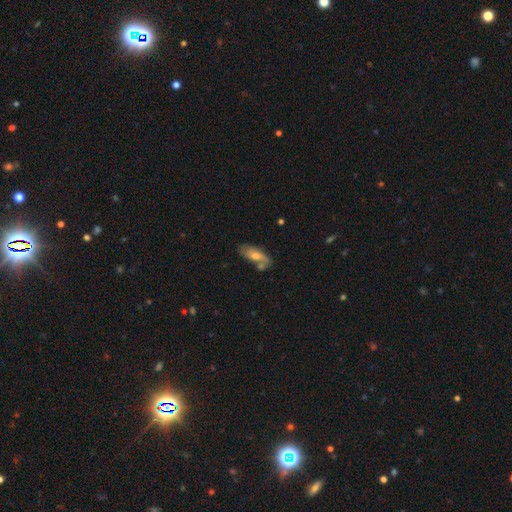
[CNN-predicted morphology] This appears to be a smooth galaxy with no disk features (46%). Merging: none (61%).